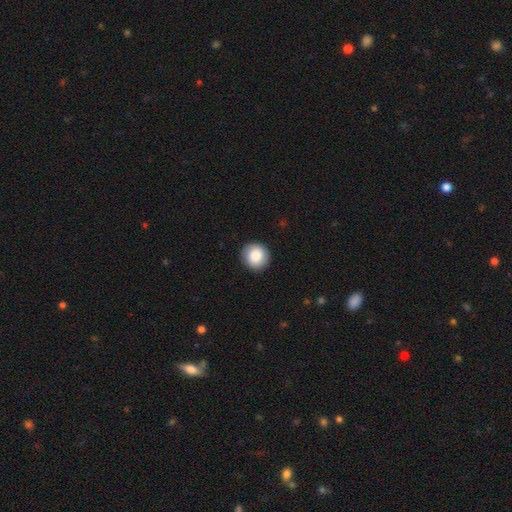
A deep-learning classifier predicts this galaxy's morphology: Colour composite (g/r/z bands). It shows a smooth galaxy with no disk features (86%) that is round (91%). Merging: none (91%).